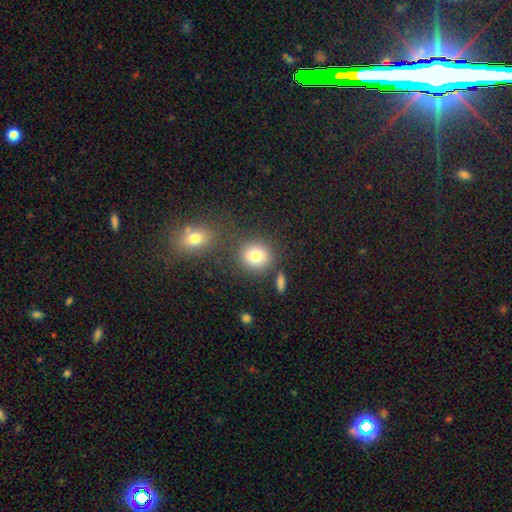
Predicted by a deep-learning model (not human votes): Smooth or featured? smooth (80%)
How rounded? round (87%)
Merging? none (77%)